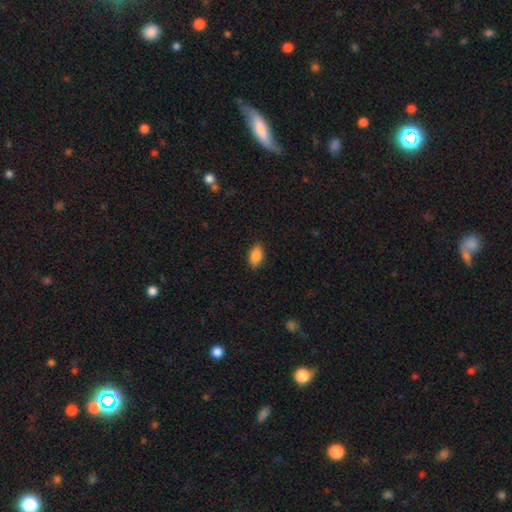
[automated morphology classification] Overall: smooth (88%). How rounded: in between (91%). Merging: none (86%).